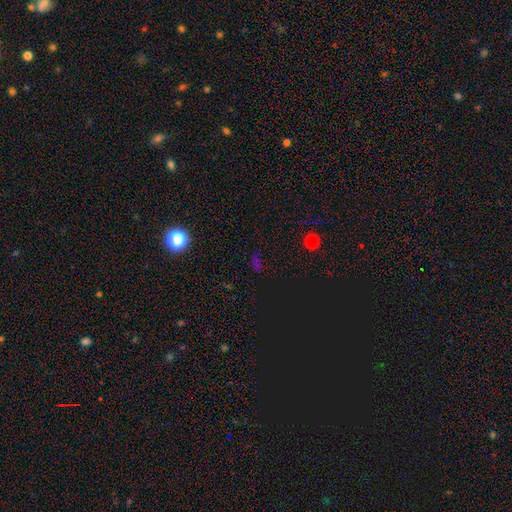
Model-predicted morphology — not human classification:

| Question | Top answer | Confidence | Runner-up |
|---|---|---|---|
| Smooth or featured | star or artifact | 58% | smooth (35%) |